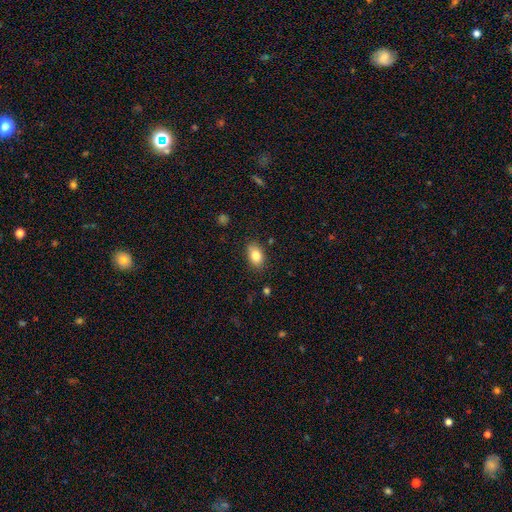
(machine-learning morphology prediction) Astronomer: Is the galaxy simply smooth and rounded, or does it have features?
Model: smooth — 83%.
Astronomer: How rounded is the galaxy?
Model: in between — 86%.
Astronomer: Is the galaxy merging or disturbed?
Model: none — 84%.